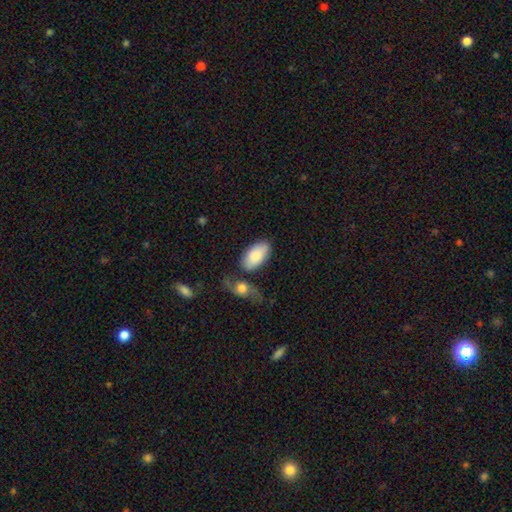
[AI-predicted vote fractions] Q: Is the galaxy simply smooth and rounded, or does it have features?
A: smooth — 85%.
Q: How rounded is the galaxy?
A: in between — 95%.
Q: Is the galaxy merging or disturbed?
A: none — 63%.